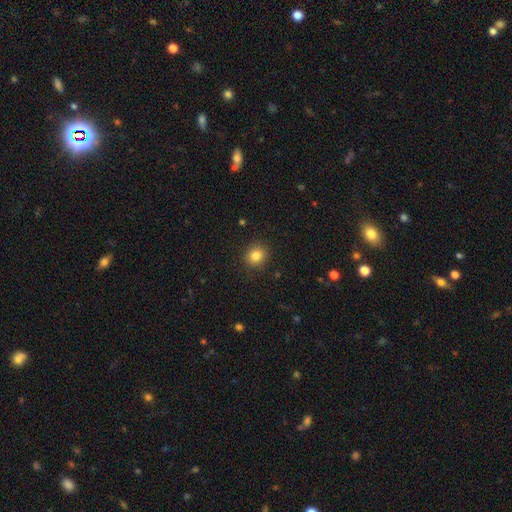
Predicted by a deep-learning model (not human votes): Q: Smooth or featured?
A: smooth (84%); runner-up: star or artifact (11%)
Q: How rounded?
A: round (77%); runner-up: in between (22%)
Q: Merging?
A: none (89%); runner-up: minor disturbance (8%)